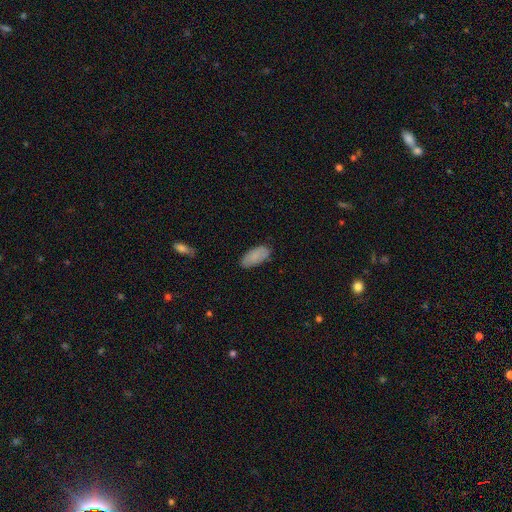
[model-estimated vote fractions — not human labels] This is clearly a smooth galaxy (84%). How rounded: clearly in between (91%). Merging: clearly none (82%).